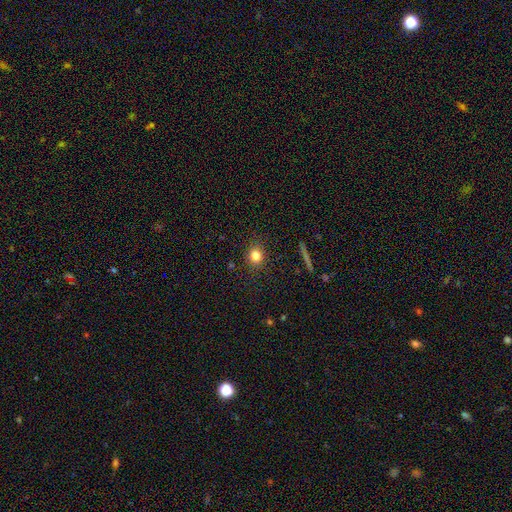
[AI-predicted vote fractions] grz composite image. It shows a smooth galaxy with no disk features (81%) that is round (75%). Merging: none (87%).